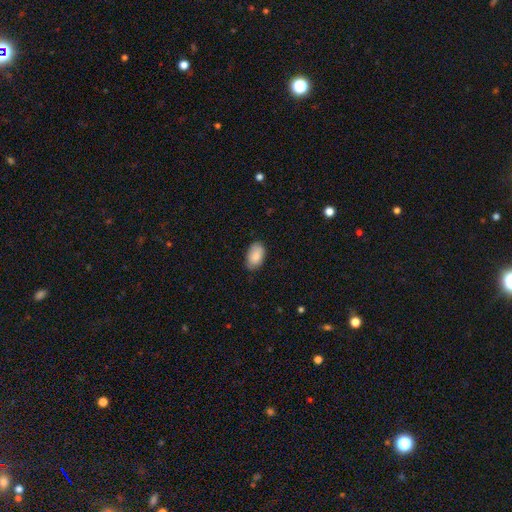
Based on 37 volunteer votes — Q: Smooth or featured?
A: smooth (86%); runner-up: featured or disk (8%)
Q: How rounded?
A: in between (97%); runner-up: cigar-shaped (3%)
Q: Merging?
A: none (74%); runner-up: minor disturbance (26%)